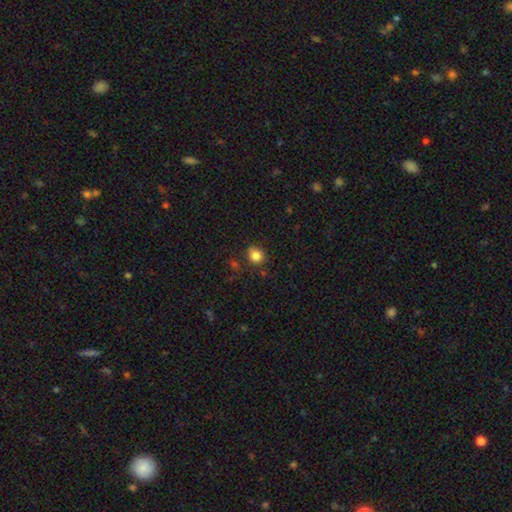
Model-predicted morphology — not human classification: smooth 84%, star or artifact 11%, featured or disk 5%. Down the decision tree: how rounded — round (71%); merging — none (77%).